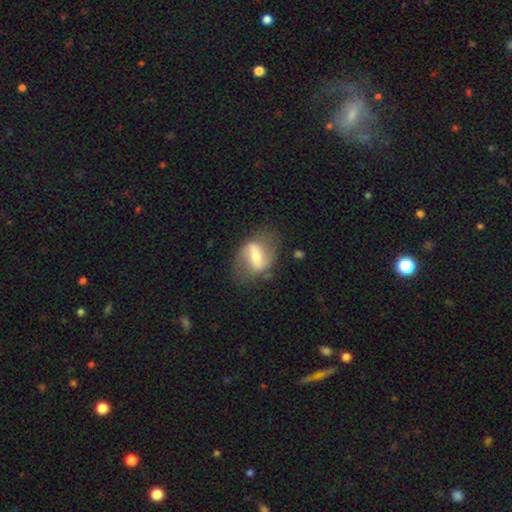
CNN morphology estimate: This appears to be a featured or disk galaxy (71%) with a strong bar (54%), 2 (87%) loose (59%) spiral arms (80%) and a moderate central bulge (45%). Merging: none (71%).